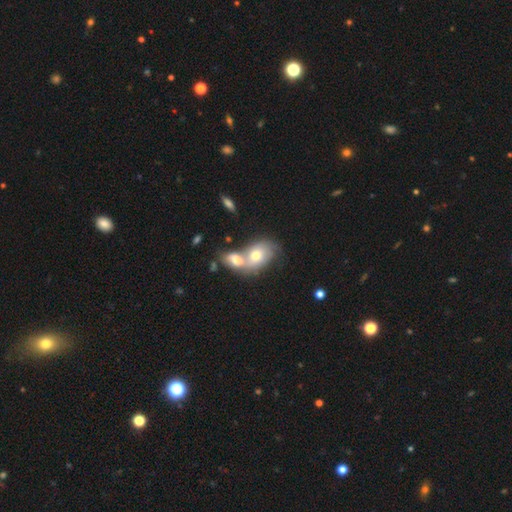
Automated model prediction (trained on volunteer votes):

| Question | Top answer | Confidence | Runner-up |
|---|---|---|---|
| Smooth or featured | smooth | 63% | featured or disk (29%) |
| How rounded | in between | 72% | round (26%) |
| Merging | merger | 68% | none (21%) |